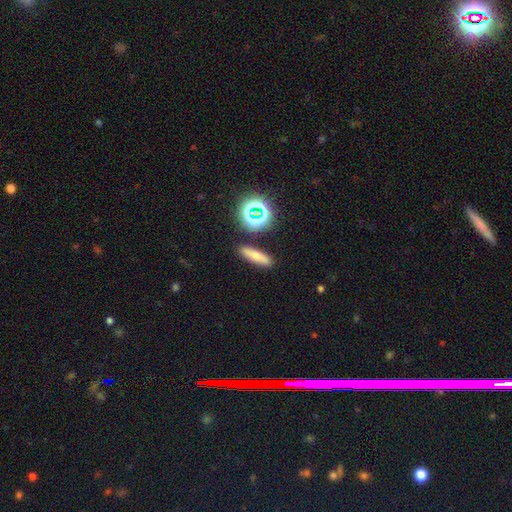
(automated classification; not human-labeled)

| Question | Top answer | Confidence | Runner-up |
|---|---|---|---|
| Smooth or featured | smooth | 65% | star or artifact (18%) |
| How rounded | cigar-shaped | 59% | in between (28%) |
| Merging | none | 86% | minor disturbance (8%) |